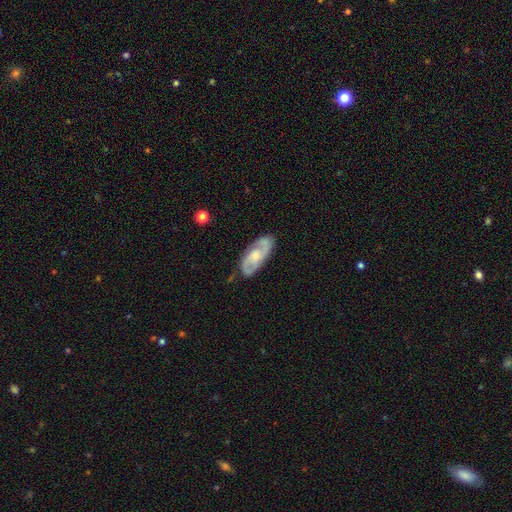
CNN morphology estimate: A featured or disk galaxy (78%) with no bar (59%), 2 (85%) medium (50%) spiral arms (94%) and a moderate central bulge (47%). Merging: none (82%).